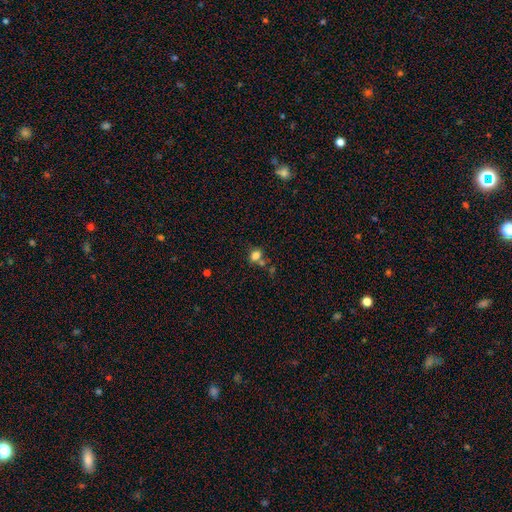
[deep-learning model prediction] A smooth galaxy with no disk features (78%) that is in between round and cigar-shaped (52%).

Vote fractions:
- Smooth or featured? smooth: 78% / star or artifact: 13% / featured or disk: 8%
- How rounded? in between: 52% / round: 47% / cigar-shaped: 1%
- Merging? none: 55% / merger: 26% / minor disturbance: 14% / major disturbance: 6%